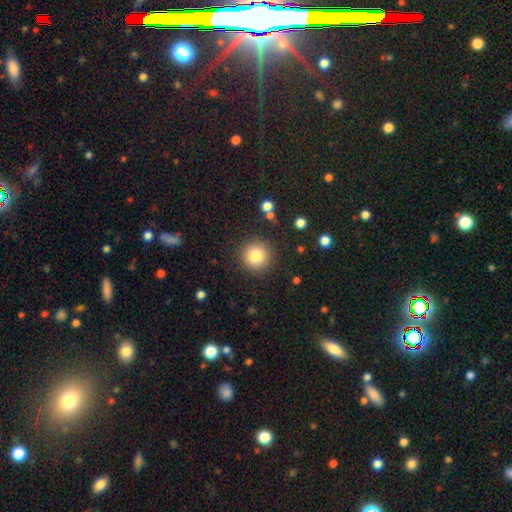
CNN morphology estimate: Smooth or featured?
  - smooth: 82% *
  - star or artifact: 11%
  - featured or disk: 8%
How rounded?
  - round: 95% *
  - in between: 4%
  - cigar-shaped: 1%
Merging?
  - none: 89% *
  - minor disturbance: 7%
  - major disturbance: 3%
  - merger: 2%